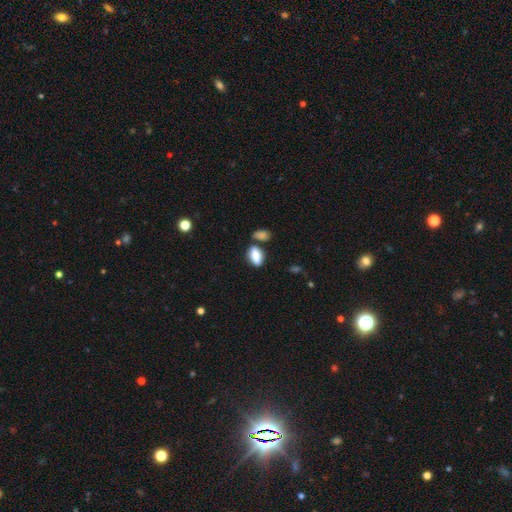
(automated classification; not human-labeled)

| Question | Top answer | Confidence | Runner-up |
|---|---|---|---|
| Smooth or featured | smooth | 83% | featured or disk (9%) |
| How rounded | in between | 87% | round (7%) |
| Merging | none | 63% | merger (17%) |